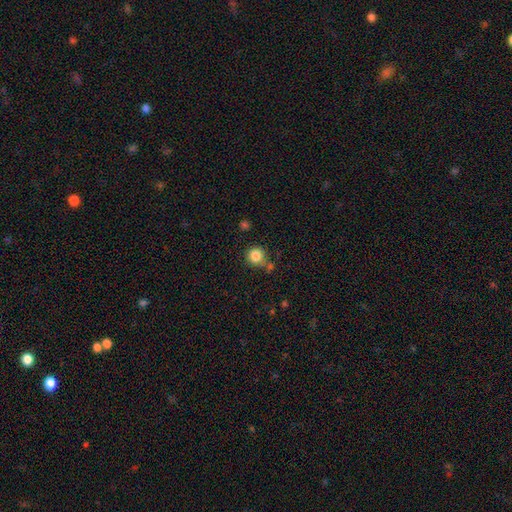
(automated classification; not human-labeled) Smooth or featured? Predicted: smooth (p=0.85). How rounded? Predicted: round (p=0.93). Merging? Predicted: none (p=0.71).